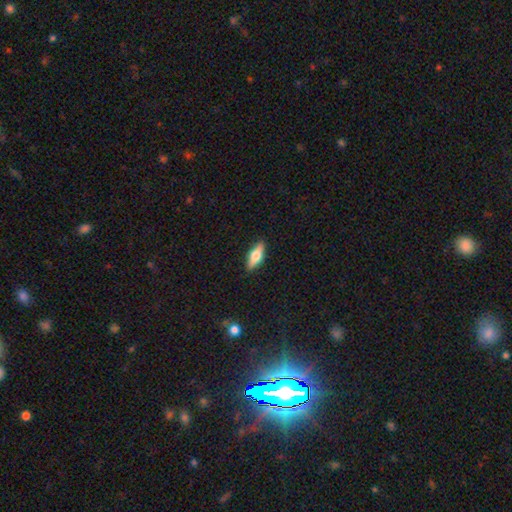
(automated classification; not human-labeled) smooth-or-featured: smooth: 50% | featured or disk: 43% | star or artifact: 7%
  merging: none: 88% | minor disturbance: 9% | major disturbance: 2% | merger: 1%